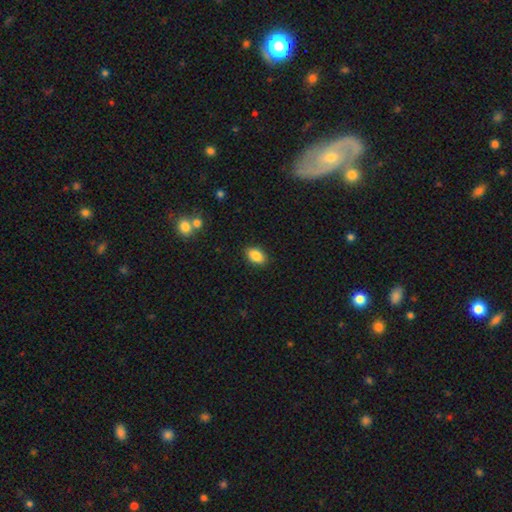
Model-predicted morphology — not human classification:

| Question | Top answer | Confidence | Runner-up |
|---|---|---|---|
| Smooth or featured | smooth | 86% | star or artifact (8%) |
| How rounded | in between | 88% | round (9%) |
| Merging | none | 88% | minor disturbance (8%) |